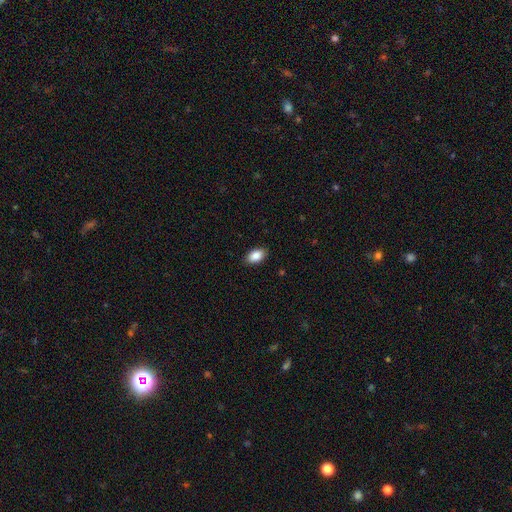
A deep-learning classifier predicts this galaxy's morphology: A smooth galaxy with no disk features (88%) that is in between round and cigar-shaped (92%). Merging: none (88%).